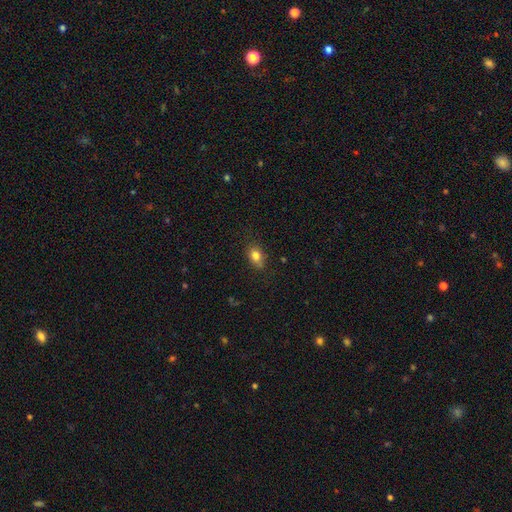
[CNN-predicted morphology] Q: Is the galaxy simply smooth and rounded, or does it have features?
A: smooth — 80%.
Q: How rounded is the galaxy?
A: in between — 71%.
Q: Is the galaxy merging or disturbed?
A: none — 75%.